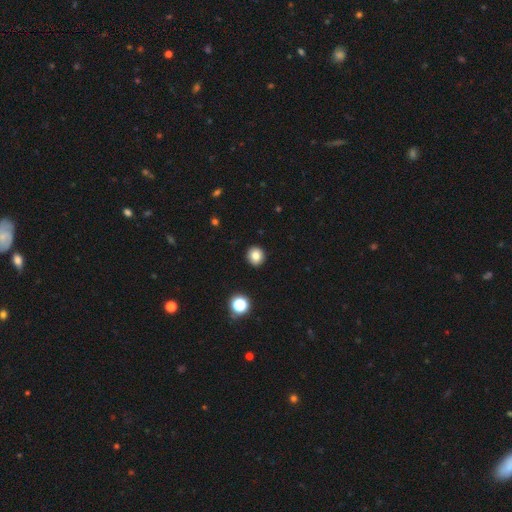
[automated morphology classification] Smooth or featured?
  - smooth: 82% *
  - star or artifact: 12%
  - featured or disk: 6%
How rounded?
  - round: 91% *
  - in between: 8%
  - cigar-shaped: 1%
Merging?
  - none: 92% *
  - minor disturbance: 5%
  - major disturbance: 2%
  - merger: 1%